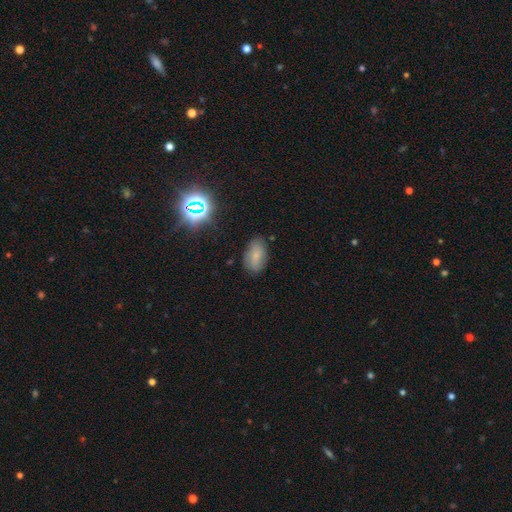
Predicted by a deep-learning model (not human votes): Smooth or featured? smooth (69%)
How rounded? in between (91%)
Merging? none (79%)